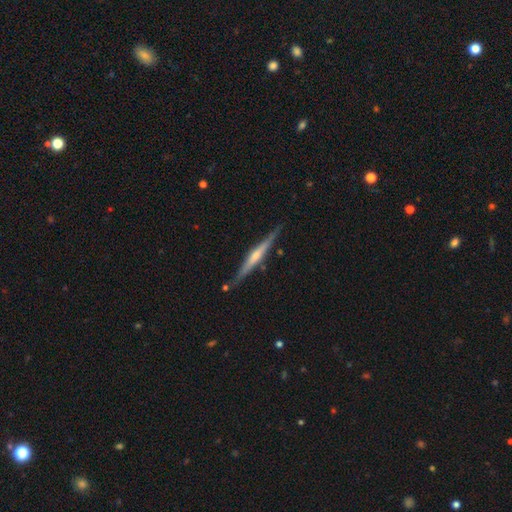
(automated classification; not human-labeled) Q: Smooth or featured?
A: featured or disk (73%); runner-up: smooth (22%)
Q: Edge-on disk?
A: yes (98%); runner-up: no (2%)
Q: Edge-on bulge?
A: rounded (69%); runner-up: none (20%)
Q: Merging?
A: none (86%); runner-up: minor disturbance (10%)